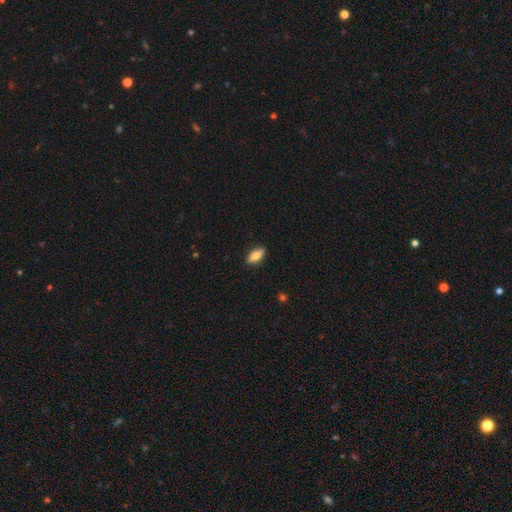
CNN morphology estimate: Smooth or featured? smooth (67%)
How rounded? in between (72%)
Merging? none (88%)